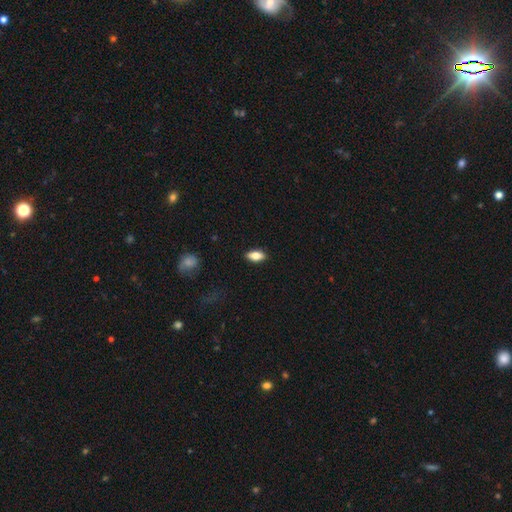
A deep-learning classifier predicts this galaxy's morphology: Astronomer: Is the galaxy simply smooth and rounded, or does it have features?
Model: smooth — 74%.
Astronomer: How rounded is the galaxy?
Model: in between — 85%.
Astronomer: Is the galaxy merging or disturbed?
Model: none — 89%.